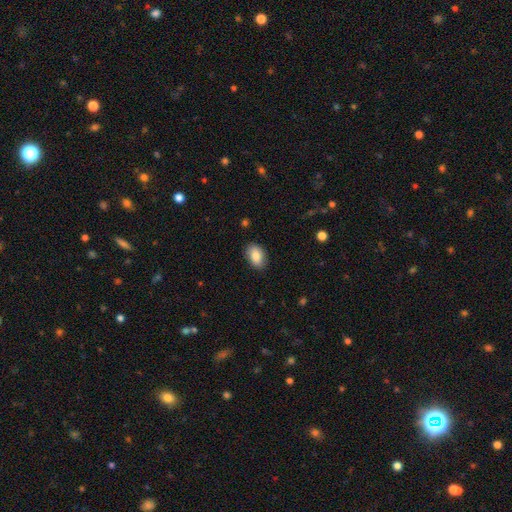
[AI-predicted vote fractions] This appears to be a smooth galaxy with no disk features (84%) that is in between round and cigar-shaped (88%). Merging: none (84%).